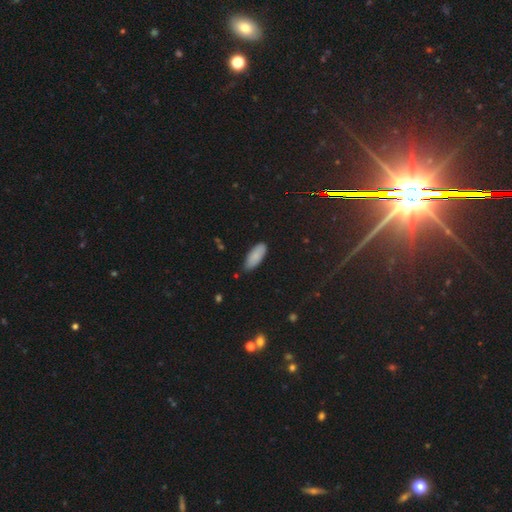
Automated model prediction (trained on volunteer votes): Overall: smooth (85%). How rounded: in between (81%). Merging: none (78%).